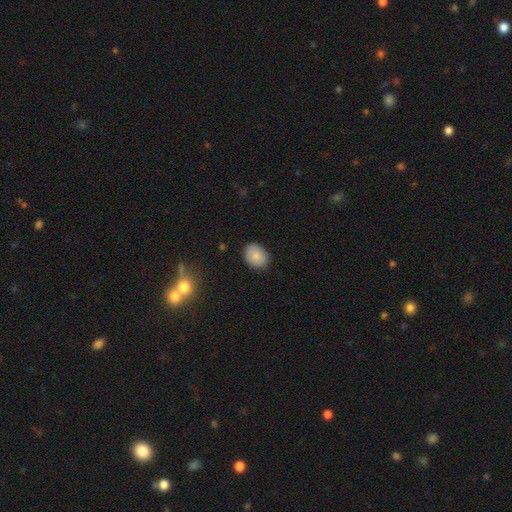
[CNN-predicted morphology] A smooth galaxy with no disk features (84%) that is in between round and cigar-shaped (59%). Merging: none (84%).